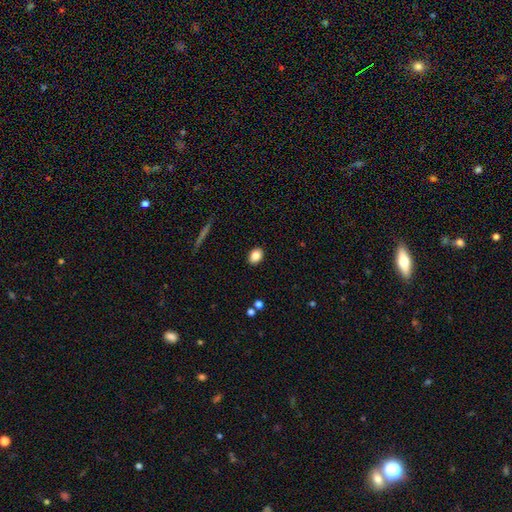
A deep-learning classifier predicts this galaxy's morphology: type=smooth (85%); roundness=in between (70%); merging=none (89%).